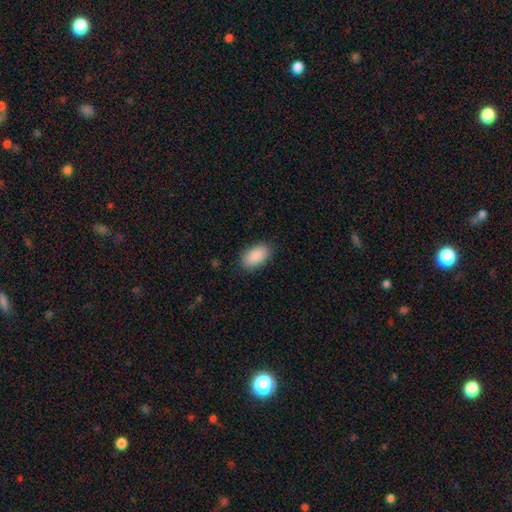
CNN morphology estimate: A smooth galaxy with no disk features (90%) that is in between round and cigar-shaped (95%). Merging: none (86%).